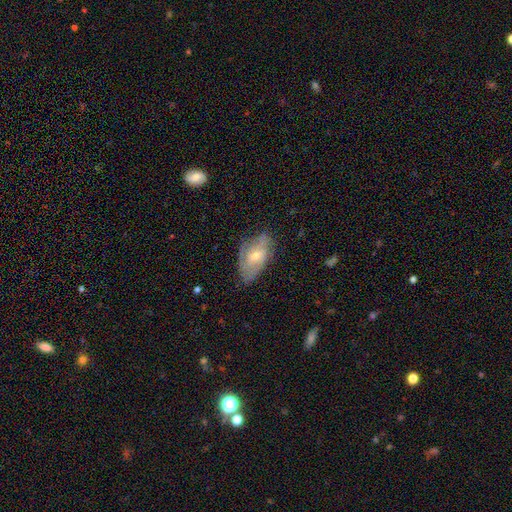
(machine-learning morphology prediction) type=featured or disk (63%); edge-on=no (93%); bar=no (61%); spiral arms=yes (81%); bulge=small (50%); merging=none (63%).